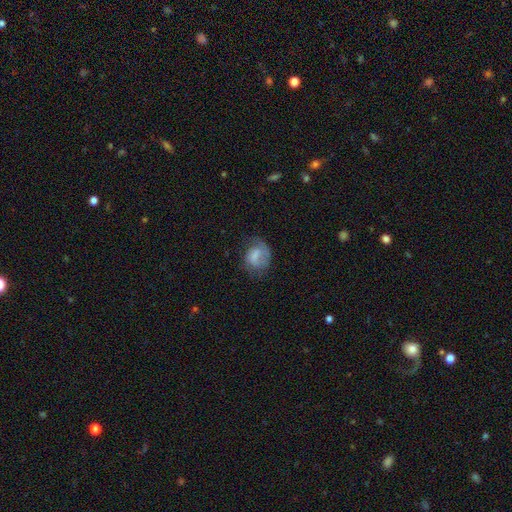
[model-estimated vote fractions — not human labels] Morphology: type=smooth (60%); roundness=round (53%); merging=none (45%).